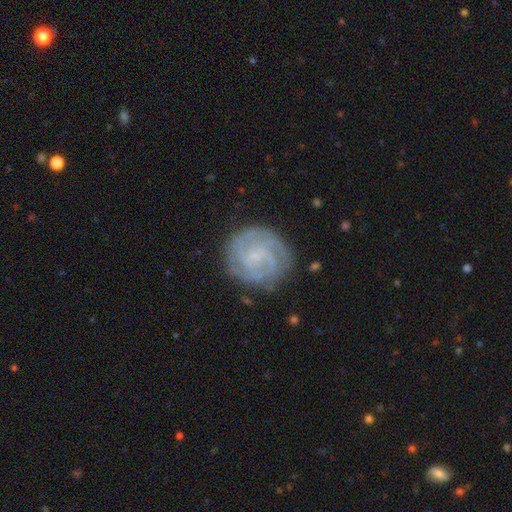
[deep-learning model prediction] Smooth or featured?
  - featured or disk: 83% *
  - smooth: 10%
  - star or artifact: 6%
Edge-on disk?
  - no: 98% *
  - yes: 2%
Bar?
  - no: 56% *
  - weak: 36%
  - strong: 8%
Spiral arms?
  - yes: 97% *
  - no: 3%
Spiral winding?
  - tight: 71% *
  - medium: 24%
  - loose: 4%
Spiral arm count?
  - 2: 32% *
  - 3: 28%
  - can't tell: 20%
  - 4: 10%
  - more than 4: 5%
  - 1: 5%
Bulge size?
  - small: 69% *
  - none: 18%
  - moderate: 11%
  - large: 1%
  - dominant: 1%
Merging?
  - none: 81% *
  - minor disturbance: 13%
  - major disturbance: 4%
  - merger: 1%